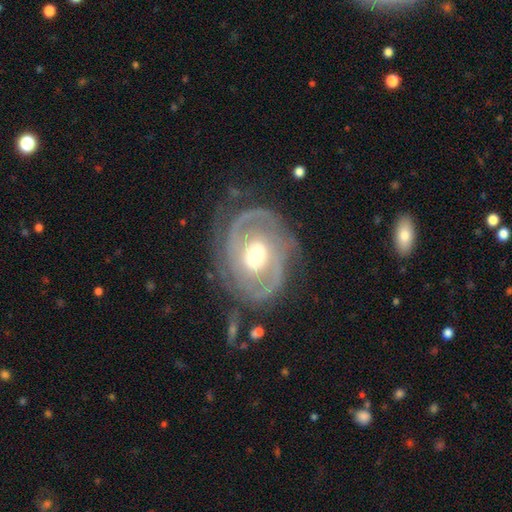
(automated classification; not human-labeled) This is clearly a featured or disk galaxy (86%). It is clearly not viewed edge-on (97%). Bar: possibly no (48%). Spiral arm pattern: clearly yes (92%). Spiral arm count: likely 2 (61%). Spiral winding: possibly tight (55%). Central bulge: likely moderate (70%). Merging: likely none (69%).